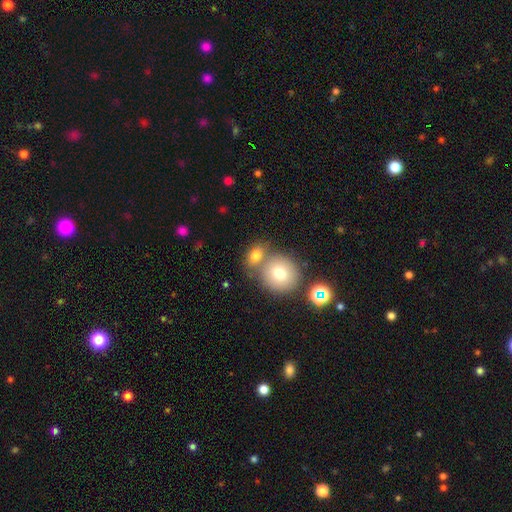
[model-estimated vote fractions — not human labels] A smooth galaxy with no disk features (75%) that is round (54%).

Vote fractions:
- Smooth or featured? smooth: 75% / featured or disk: 14% / star or artifact: 11%
- How rounded? round: 54% / in between: 45% / cigar-shaped: 2%
- Merging? none: 48% / merger: 38% / minor disturbance: 10% / major disturbance: 4%